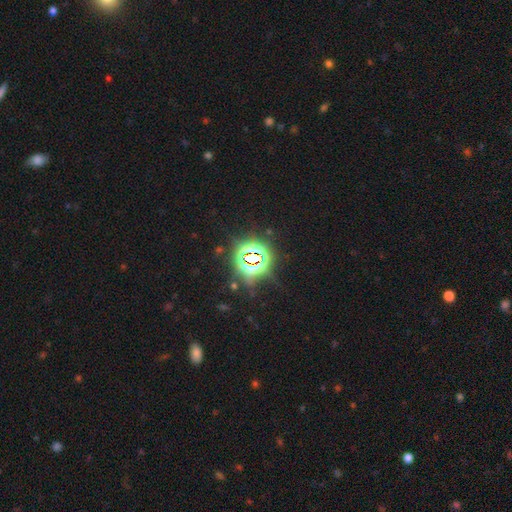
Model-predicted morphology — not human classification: type=star or artifact (80%).